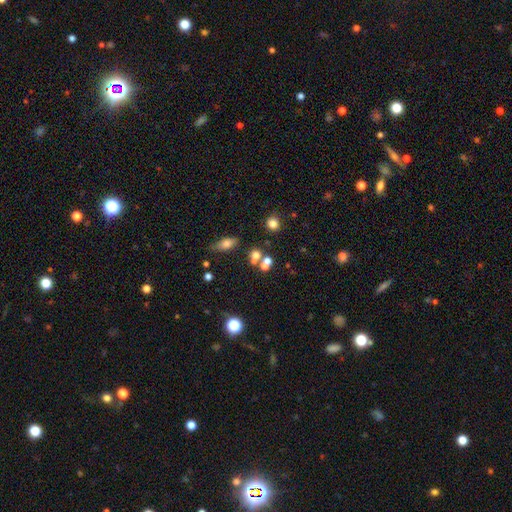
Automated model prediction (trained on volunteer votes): smooth_or_featured: smooth (p=0.60) [alt: star or artifact p=0.22]
how_rounded: round (p=0.72) [alt: in between p=0.26]
merging: none (p=0.45) [alt: merger p=0.41]